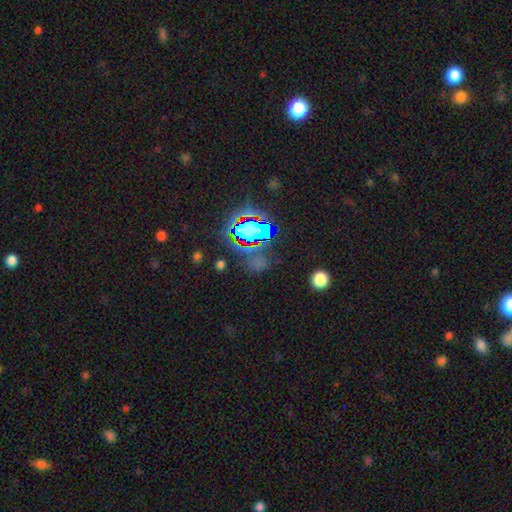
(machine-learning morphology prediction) Smooth or featured: star or artifact — 82% (smooth — 10%)